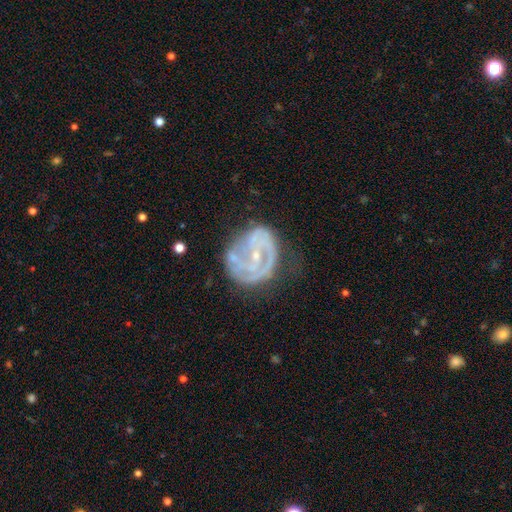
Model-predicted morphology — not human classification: smooth_or_featured: featured or disk (p=0.79) [alt: smooth p=0.12]
disk_edge_on: no (p=0.97) [alt: yes p=0.03]
bar: no (p=0.49) [alt: weak p=0.35]
has_spiral_arms: yes (p=0.79) [alt: no p=0.21]
spiral_winding: tight (p=0.50) [alt: medium p=0.35]
spiral_arm_count: 2 (p=0.44) [alt: can't tell p=0.28]
bulge_size: small (p=0.76) [alt: moderate p=0.18]
merging: none (p=0.49) [alt: minor disturbance p=0.27]